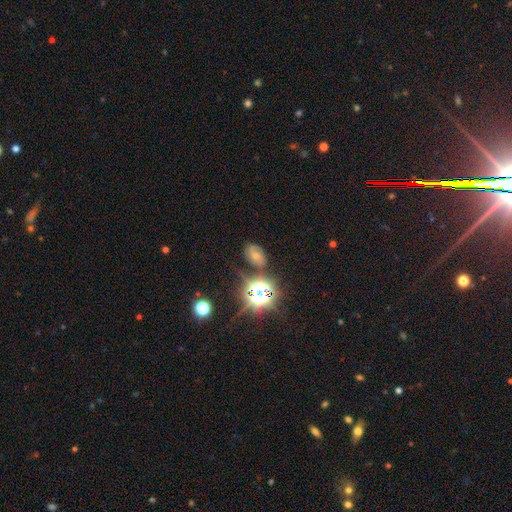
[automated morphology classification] Smooth or featured? Predicted: smooth (p=0.38). Merging? Predicted: none (p=0.68).